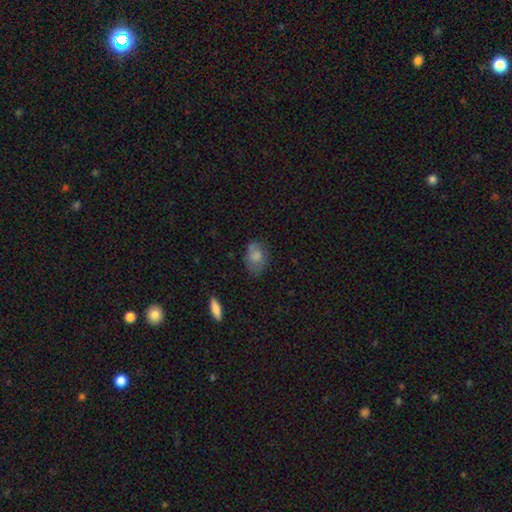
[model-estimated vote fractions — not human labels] Morphology: type=smooth (73%); roundness=in between (79%); merging=none (52%).